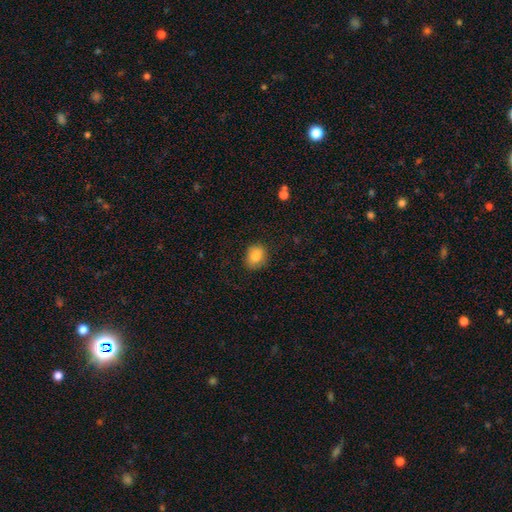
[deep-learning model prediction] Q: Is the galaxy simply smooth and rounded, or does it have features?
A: smooth — 84%.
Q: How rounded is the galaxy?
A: round — 56%.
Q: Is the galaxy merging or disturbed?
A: none — 81%.